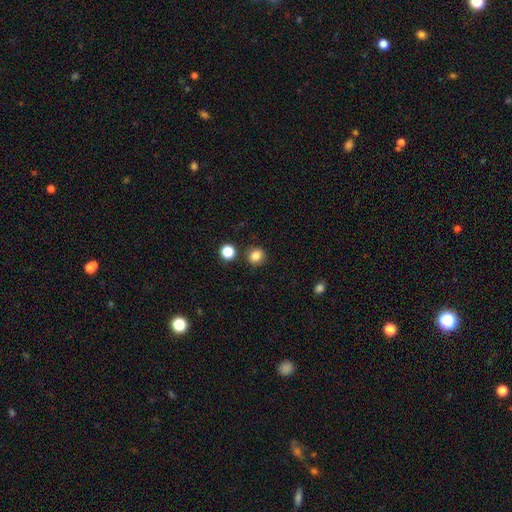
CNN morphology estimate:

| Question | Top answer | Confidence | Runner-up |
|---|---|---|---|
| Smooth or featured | smooth | 84% | star or artifact (12%) |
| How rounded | round | 83% | in between (16%) |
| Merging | none | 86% | minor disturbance (7%) |